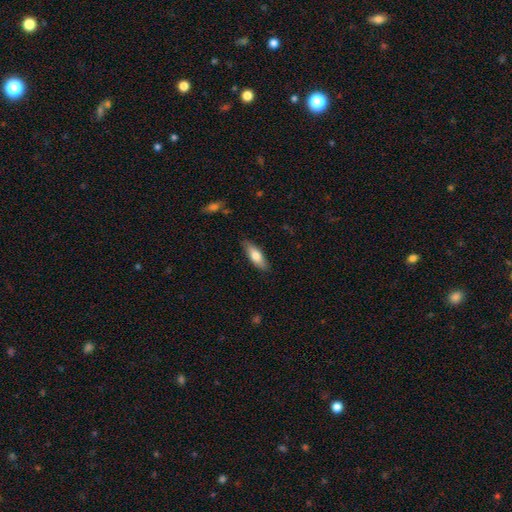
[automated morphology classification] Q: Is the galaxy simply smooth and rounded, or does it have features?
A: smooth — 73%.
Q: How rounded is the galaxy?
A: in between — 55%.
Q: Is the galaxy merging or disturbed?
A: none — 86%.